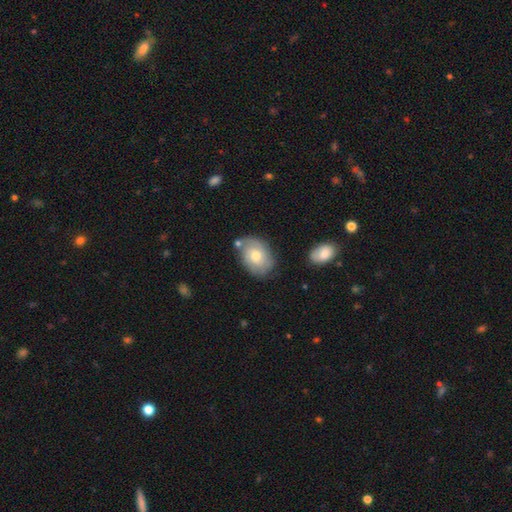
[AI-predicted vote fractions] smooth-or-featured: featured or disk: 47% | smooth: 46% | star or artifact: 7%
  merging: none: 66% | minor disturbance: 21% | merger: 8% | major disturbance: 5%